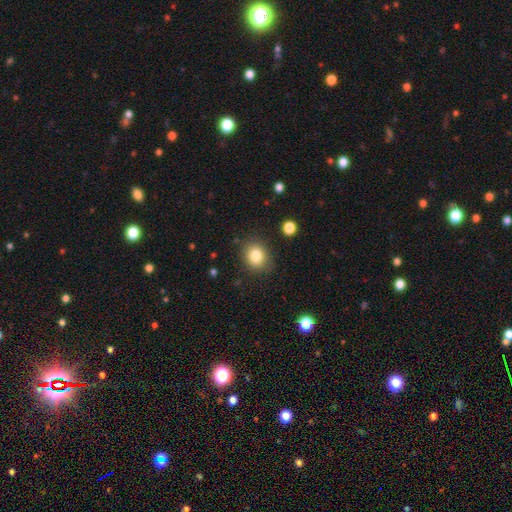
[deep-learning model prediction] This is clearly a smooth galaxy (82%). How rounded: likely round (69%). Merging: clearly none (84%).